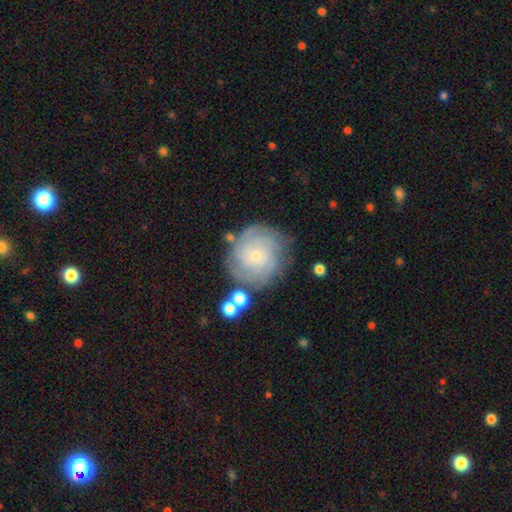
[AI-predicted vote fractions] A featured or disk galaxy (74%) with no bar (79%), tight (72%) spiral arms (93%) and a small central bulge (82%).

Vote fractions:
- Smooth or featured? featured or disk: 74% / smooth: 19% / star or artifact: 8%
- Edge-on disk? no: 98% / yes: 2%
- Bar? no: 79% / weak: 18% / strong: 3%
- Spiral arms? yes: 93% / no: 7%
- Spiral winding? tight: 72% / medium: 22% / loose: 6%
- Spiral arm count? can't tell: 35% / 4: 21% / 3: 19% / 2: 12% / more than 4: 8% / 1: 6%
- Bulge size? small: 82% / moderate: 14% / none: 2% / large: 1% / dominant: 1%
- Merging? none: 75% / minor disturbance: 15% / major disturbance: 6% / merger: 4%